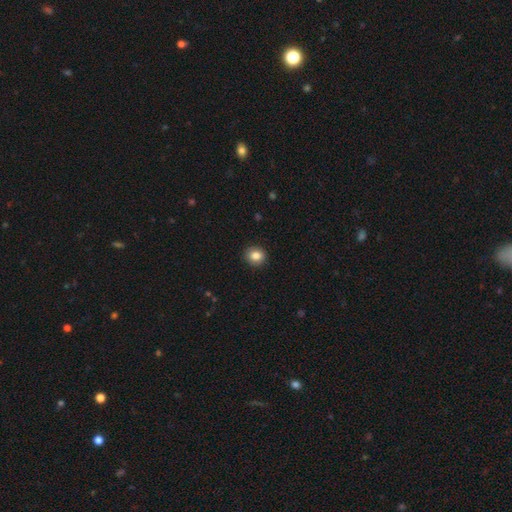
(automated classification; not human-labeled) Smooth or featured: smooth — 86% (star or artifact — 9%)
How rounded: round — 78% (in between — 21%)
Merging: none — 91% (minor disturbance — 7%)